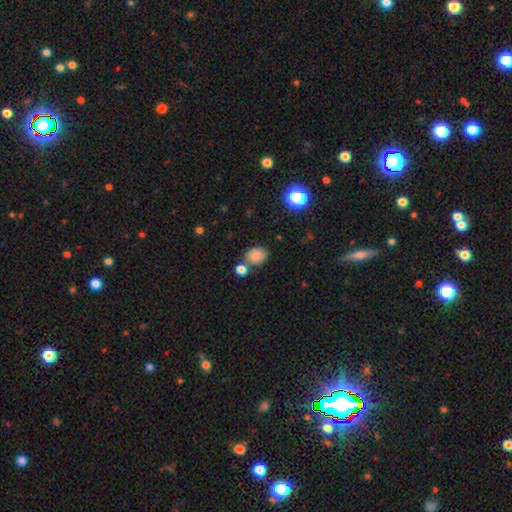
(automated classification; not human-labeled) smooth-or-featured: smooth: 81% | star or artifact: 12% | featured or disk: 7%
  how-rounded: in between: 50% | round: 49% | cigar-shaped: 1%
  merging: none: 62% | merger: 20% | minor disturbance: 14% | major disturbance: 4%